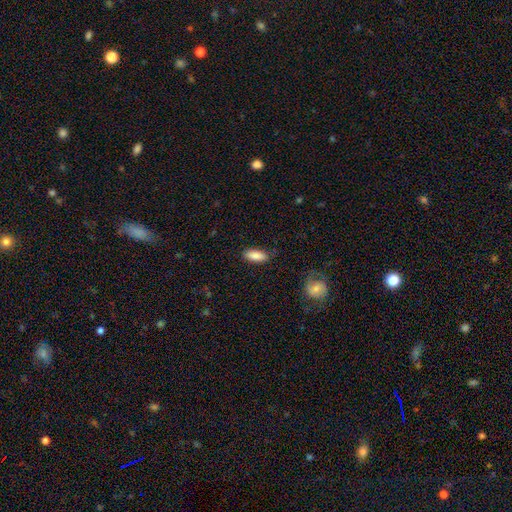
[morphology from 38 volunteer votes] This appears to be a smooth galaxy with no disk features (92%) that is in between round and cigar-shaped (74%). Merging: none (89%).